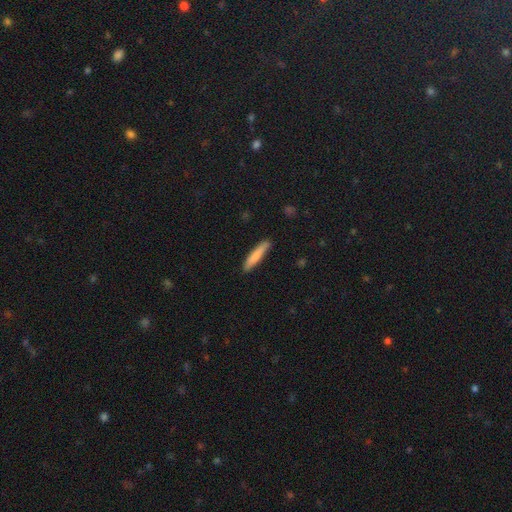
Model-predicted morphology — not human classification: Smooth or featured?
  - smooth: 80% *
  - featured or disk: 15%
  - star or artifact: 5%
How rounded?
  - cigar-shaped: 90% *
  - in between: 8%
  - round: 1%
Merging?
  - none: 85% *
  - minor disturbance: 12%
  - major disturbance: 2%
  - merger: 1%